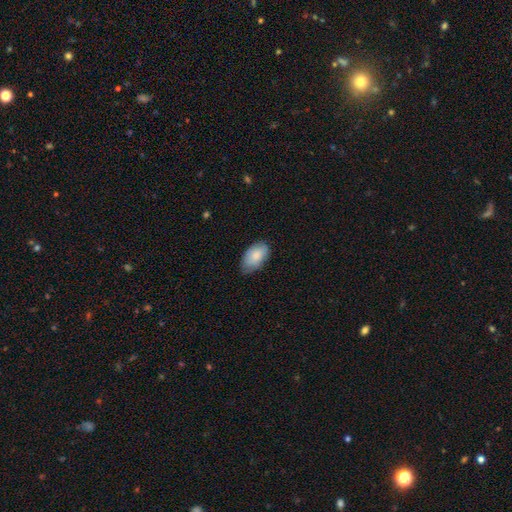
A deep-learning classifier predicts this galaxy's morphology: The model was most divided on "merging": none: 68%, minor disturbance: 27%, major disturbance: 4%, merger: 1%. More confident: how rounded — in between (94%); smooth or featured — smooth (82%).